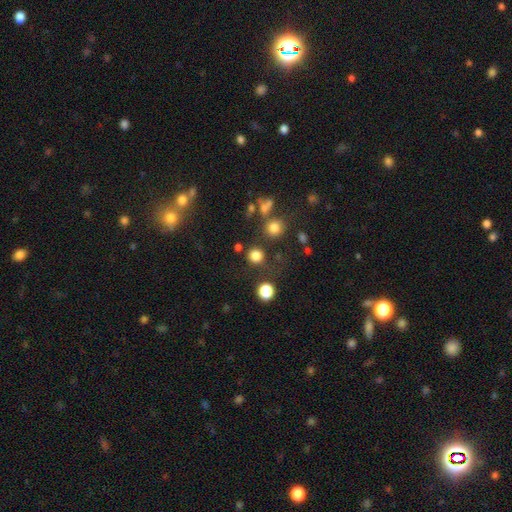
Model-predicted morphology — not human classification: Q: Smooth or featured?
A: smooth (79%); runner-up: star or artifact (16%)
Q: How rounded?
A: round (92%); runner-up: in between (7%)
Q: Merging?
A: none (79%); runner-up: minor disturbance (9%)